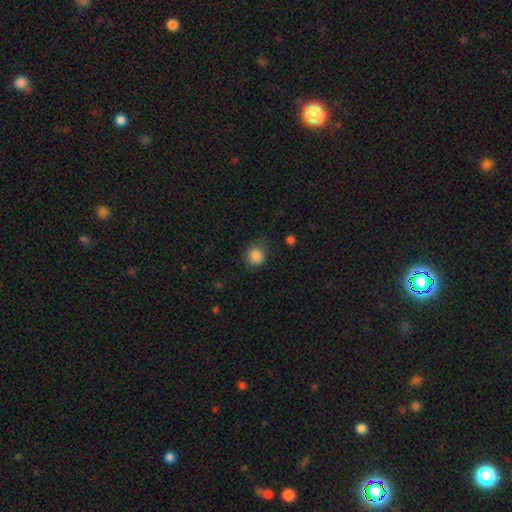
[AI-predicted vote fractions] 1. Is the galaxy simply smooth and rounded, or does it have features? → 86% smooth, 10% star or artifact, 5% featured or disk.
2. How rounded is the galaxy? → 78% round, 21% in between, 1% cigar-shaped.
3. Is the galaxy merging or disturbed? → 69% none, 23% minor disturbance, 6% major disturbance, 2% merger.